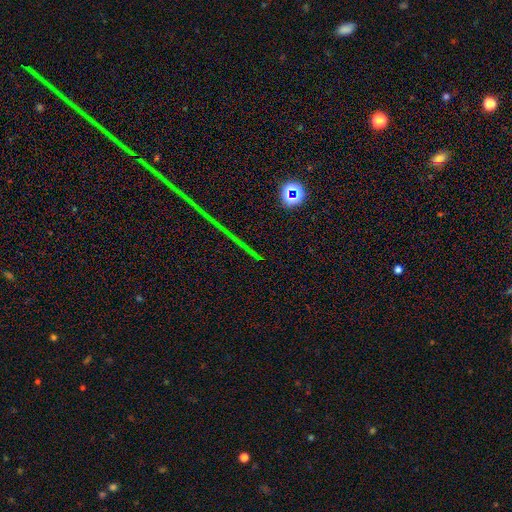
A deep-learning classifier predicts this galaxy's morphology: Smooth or featured: star or artifact — 81% (smooth — 10%)